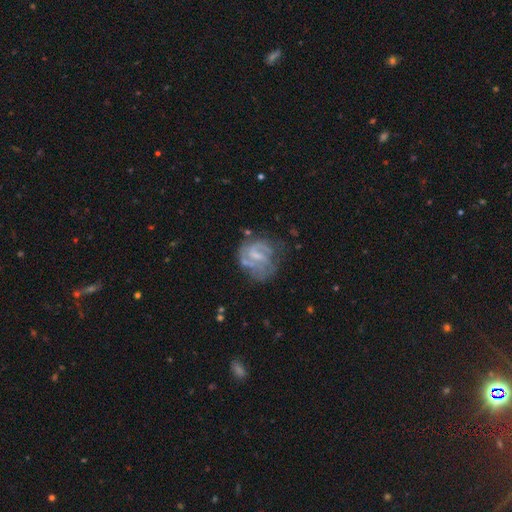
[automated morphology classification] smooth-or-featured: featured or disk: 75% | smooth: 17% | star or artifact: 7%
  disk-edge-on: no: 98% | yes: 2%
    bar: weak: 54% | no: 29% | strong: 17%
    has-spiral-arms: yes: 77% | no: 23%
      spiral-winding: medium: 41% (tied) | tight: 41% (tied) | loose: 18%
      spiral-arm-count: 2: 41% | can't tell: 32% | 3: 12% | 1: 9% | 4: 3% | more than 4: 3%
    bulge-size: small: 40% | none: 32% | moderate: 24% | large: 2% | dominant: 1%
  merging: none: 48% | minor disturbance: 24% | major disturbance: 23% | merger: 5%